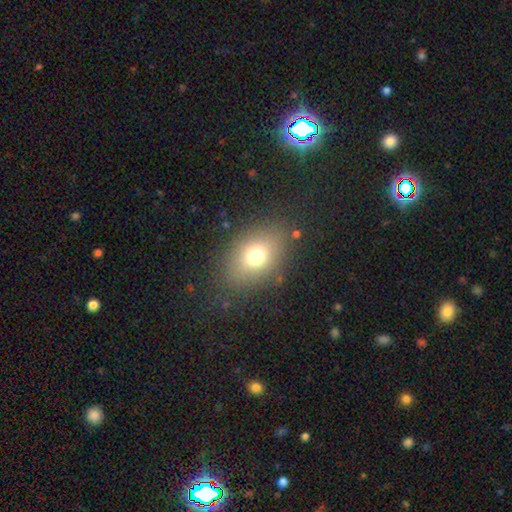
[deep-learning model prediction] The model was most divided on "how rounded": in between: 71%, round: 27%, cigar-shaped: 2%. More confident: merging — none (80%); smooth or featured — smooth (73%).